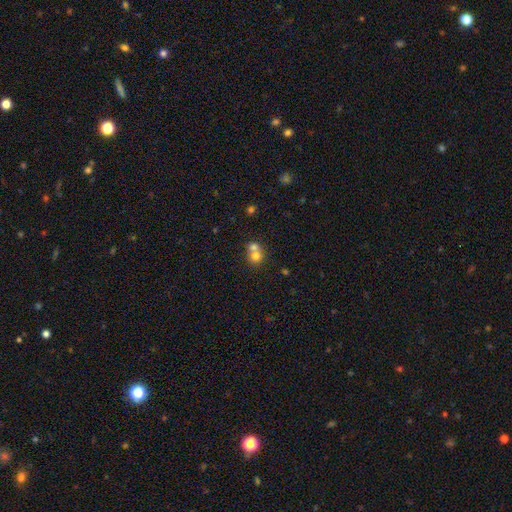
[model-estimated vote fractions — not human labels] A smooth galaxy with no disk features (72%) that is round (79%). Merging: merger (62%).